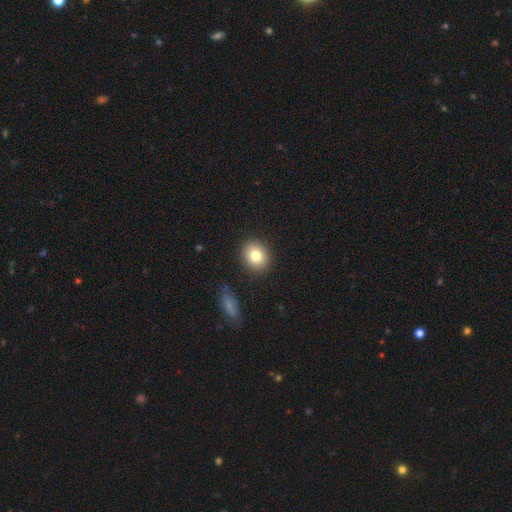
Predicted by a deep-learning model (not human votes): smooth 80%, featured or disk 10%, star or artifact 10%. Down the decision tree: how rounded — round (68%); merging — none (88%).